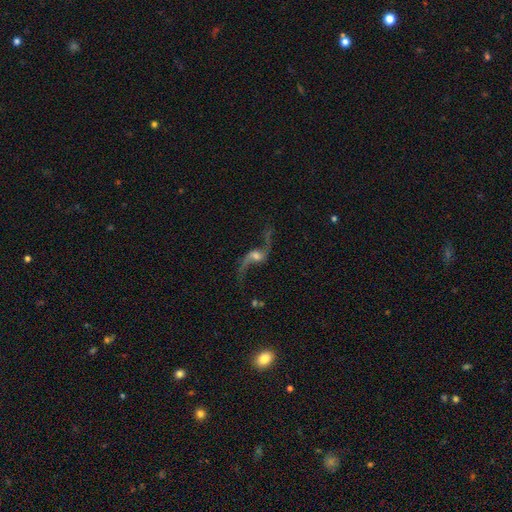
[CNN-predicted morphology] Smooth or featured?
  - featured or disk: 87% *
  - star or artifact: 6%
  - smooth: 6%
Edge-on disk?
  - no: 94% *
  - yes: 6%
Bar?
  - no: 50% *
  - weak: 35%
  - strong: 15%
Spiral arms?
  - yes: 95% *
  - no: 5%
Spiral winding?
  - loose: 94% *
  - medium: 4%
  - tight: 2%
Spiral arm count?
  - 2: 94% *
  - 1: 2%
  - can't tell: 1%
  - 3: 1%
  - 4: 1%
  - more than 4: 1%
Bulge size?
  - moderate: 49% *
  - small: 33%
  - large: 9%
  - none: 7%
  - dominant: 2%
Merging?
  - none: 67% *
  - major disturbance: 14%
  - minor disturbance: 14%
  - merger: 4%